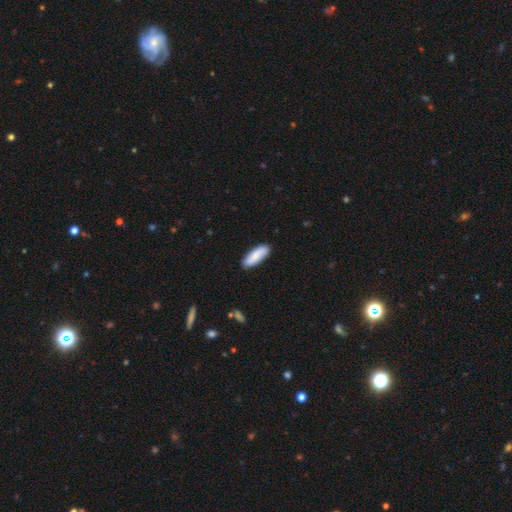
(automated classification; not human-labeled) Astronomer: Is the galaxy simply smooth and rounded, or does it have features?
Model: smooth — 73%.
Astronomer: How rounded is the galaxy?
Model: in between — 63%.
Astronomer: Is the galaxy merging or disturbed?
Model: none — 86%.